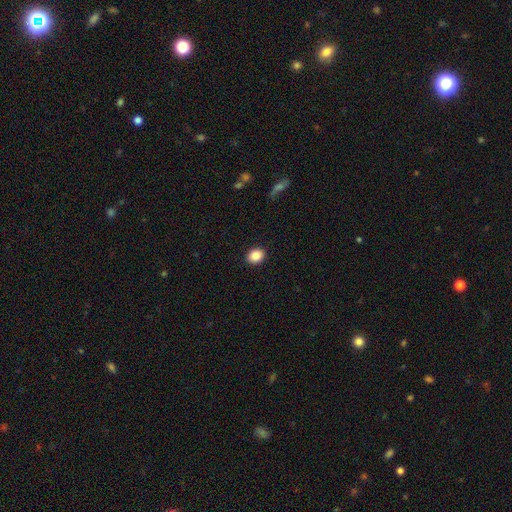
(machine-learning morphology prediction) type=smooth (87%); roundness=round (53%); merging=none (91%).